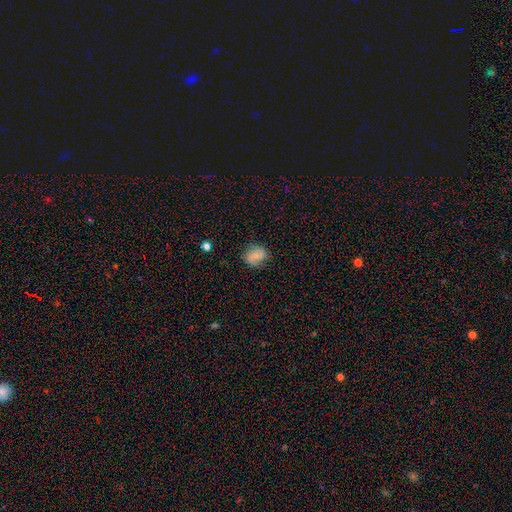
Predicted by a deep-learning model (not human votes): Q: Smooth or featured?
A: smooth (64%); runner-up: featured or disk (27%)
Q: How rounded?
A: round (62%); runner-up: in between (37%)
Q: Merging?
A: none (76%); runner-up: minor disturbance (18%)